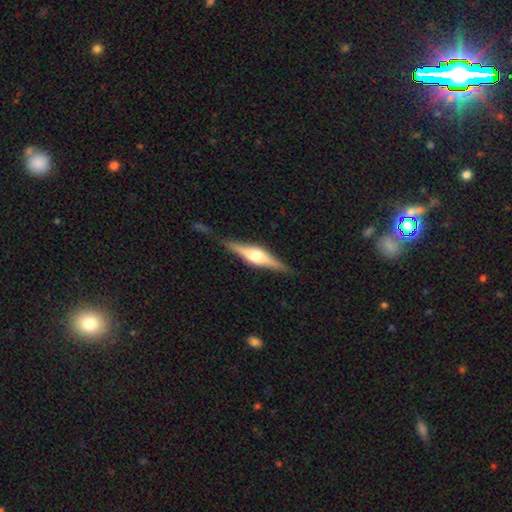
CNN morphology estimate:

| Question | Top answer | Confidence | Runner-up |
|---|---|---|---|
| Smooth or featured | featured or disk | 76% | smooth (19%) |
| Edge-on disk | yes | 97% | no (3%) |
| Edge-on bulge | rounded | 85% | boxy (13%) |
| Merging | none | 84% | minor disturbance (11%) |